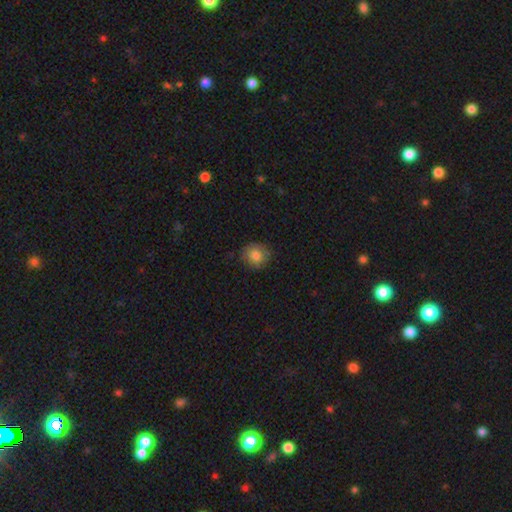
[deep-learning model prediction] Smooth or featured? smooth (82%)
How rounded? round (87%)
Merging? none (83%)